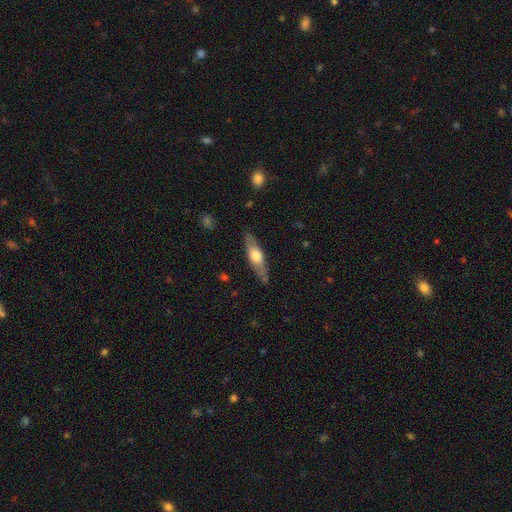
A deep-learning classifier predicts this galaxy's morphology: Q: Smooth or featured?
A: smooth (48%); runner-up: featured or disk (46%)
Q: Merging?
A: none (82%); runner-up: minor disturbance (13%)